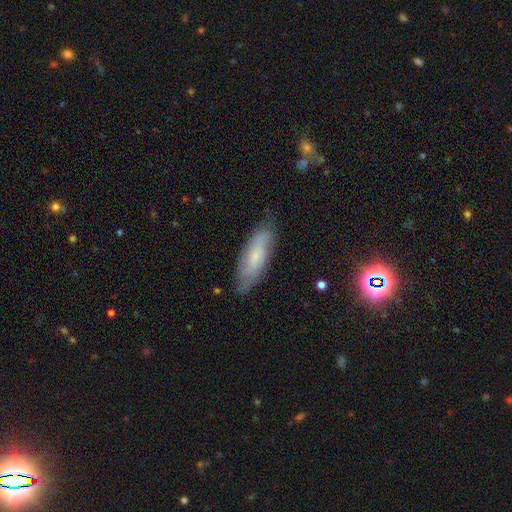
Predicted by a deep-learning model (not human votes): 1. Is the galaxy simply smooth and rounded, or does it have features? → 51% smooth, 41% featured or disk, 8% star or artifact.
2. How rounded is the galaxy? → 57% in between, 42% cigar-shaped, 2% round.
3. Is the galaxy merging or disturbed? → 78% none, 17% minor disturbance, 3% major disturbance, 1% merger.